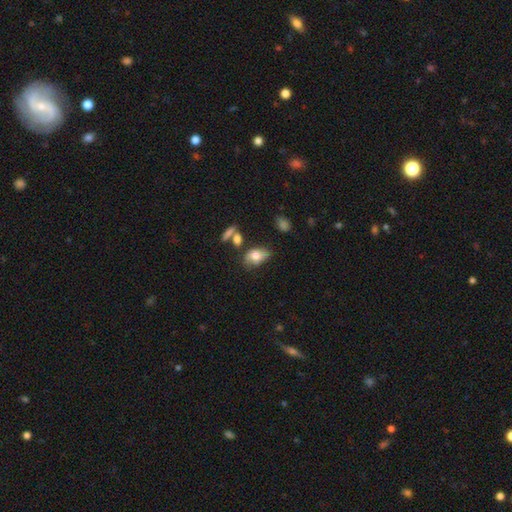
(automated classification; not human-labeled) This is likely a smooth galaxy (71%). How rounded: clearly in between (87%). Merging: possibly none (46%).